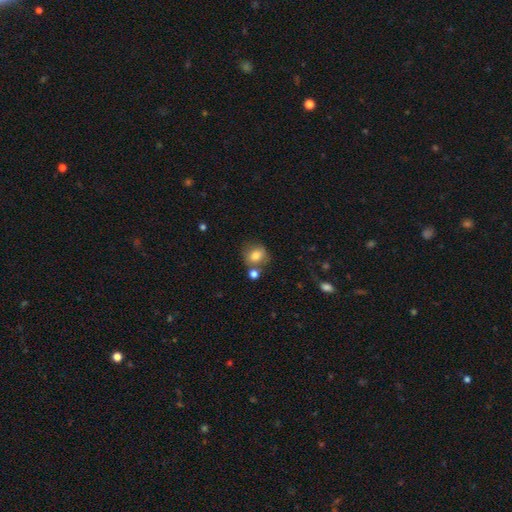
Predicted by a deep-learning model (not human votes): Morphology: type=smooth (78%); roundness=round (73%); merging=none (62%).